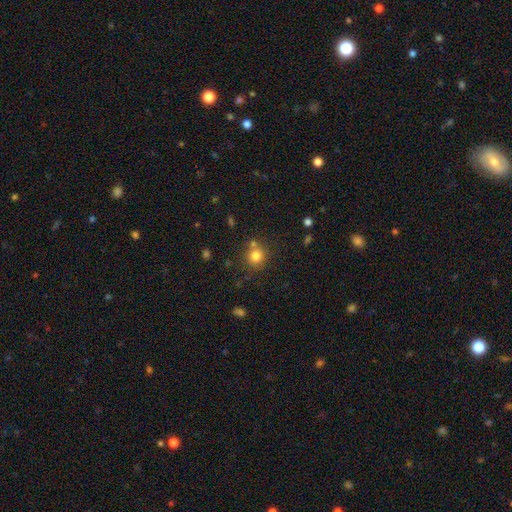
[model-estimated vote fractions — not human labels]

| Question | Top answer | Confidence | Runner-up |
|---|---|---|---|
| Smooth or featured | smooth | 79% | star or artifact (13%) |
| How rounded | round | 89% | in between (10%) |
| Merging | none | 73% | merger (14%) |